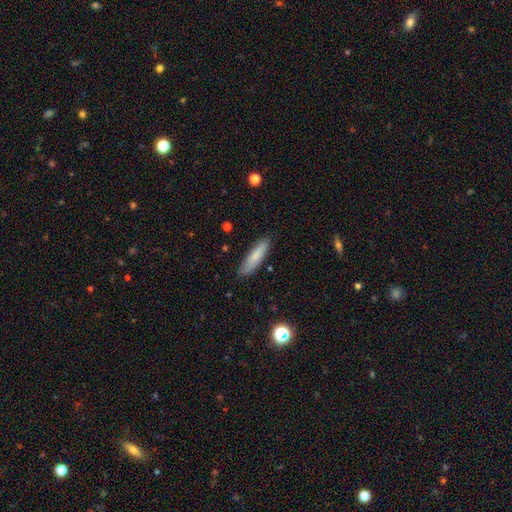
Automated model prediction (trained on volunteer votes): smooth_or_featured: smooth (p=0.79) [alt: featured or disk p=0.15]
how_rounded: cigar-shaped (p=0.75) [alt: in between p=0.23]
merging: none (p=0.87) [alt: minor disturbance p=0.10]